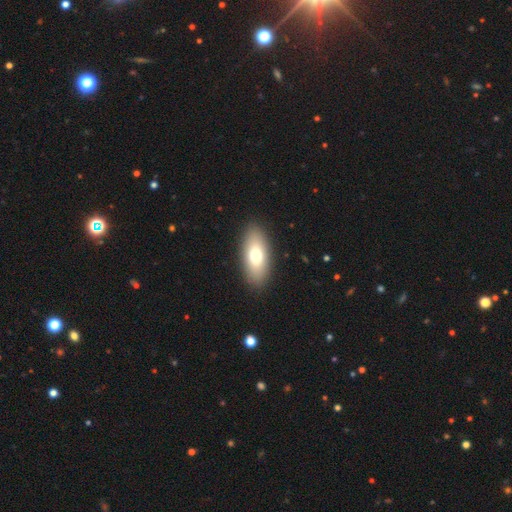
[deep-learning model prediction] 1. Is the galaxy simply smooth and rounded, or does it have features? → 72% smooth, 21% featured or disk, 8% star or artifact.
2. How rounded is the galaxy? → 84% in between, 12% cigar-shaped, 4% round.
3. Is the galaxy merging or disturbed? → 89% none, 7% minor disturbance, 2% major disturbance, 1% merger.